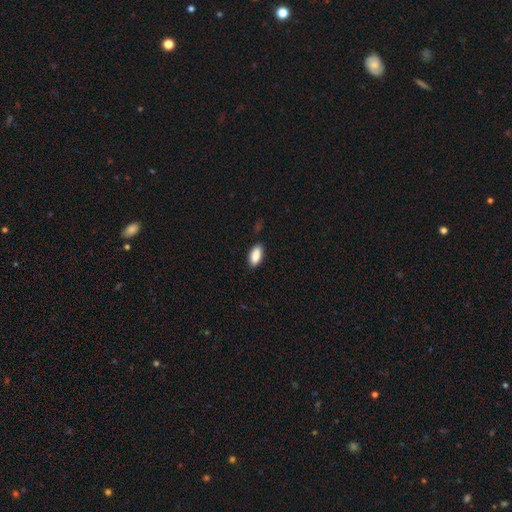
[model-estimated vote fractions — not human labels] smooth_or_featured: smooth (p=0.89) [alt: star or artifact p=0.07]
how_rounded: in between (p=0.90) [alt: cigar-shaped p=0.08]
merging: none (p=0.85) [alt: minor disturbance p=0.11]